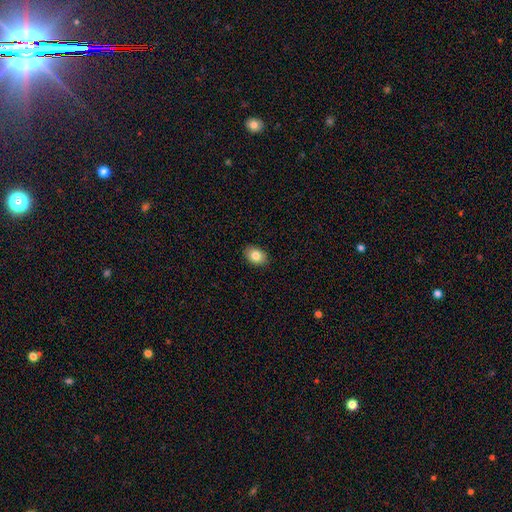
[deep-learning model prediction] A smooth galaxy with no disk features (83%) that is in between round and cigar-shaped (79%).

Vote fractions:
- Smooth or featured? smooth: 83% / featured or disk: 9% / star or artifact: 8%
- How rounded? in between: 79% / round: 20% / cigar-shaped: 1%
- Merging? none: 89% / minor disturbance: 8% / major disturbance: 2% / merger: 1%